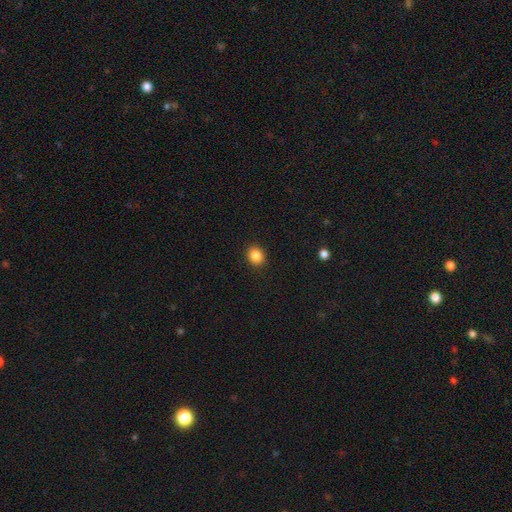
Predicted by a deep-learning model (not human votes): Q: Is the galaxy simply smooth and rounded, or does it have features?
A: smooth — 86%.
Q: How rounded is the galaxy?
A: round — 67%.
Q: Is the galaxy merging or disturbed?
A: none — 91%.